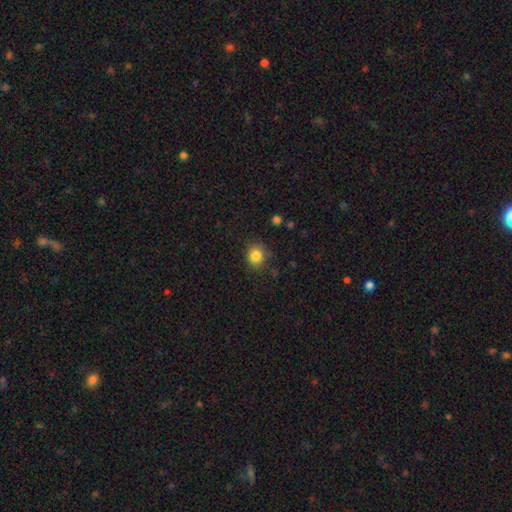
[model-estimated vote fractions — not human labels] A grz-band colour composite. It shows a smooth galaxy with no disk features (84%) that is round (75%). Merging: none (79%).